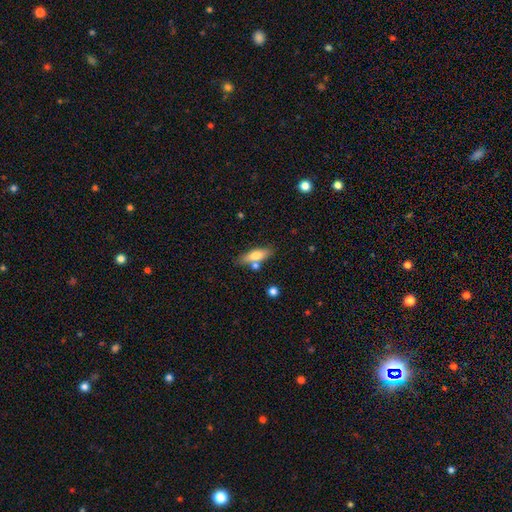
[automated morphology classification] Smooth or featured? smooth (68%)
How rounded? in between (53%)
Merging? none (69%)